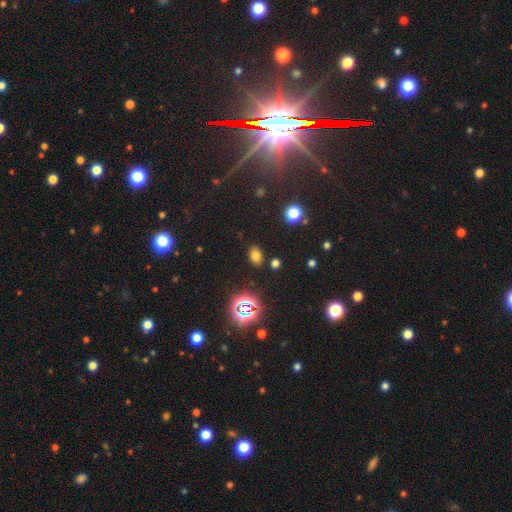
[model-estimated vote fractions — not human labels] The model was most divided on "smooth or featured": smooth: 71%, star or artifact: 22%, featured or disk: 7%. More confident: merging — none (85%); how rounded — in between (74%).